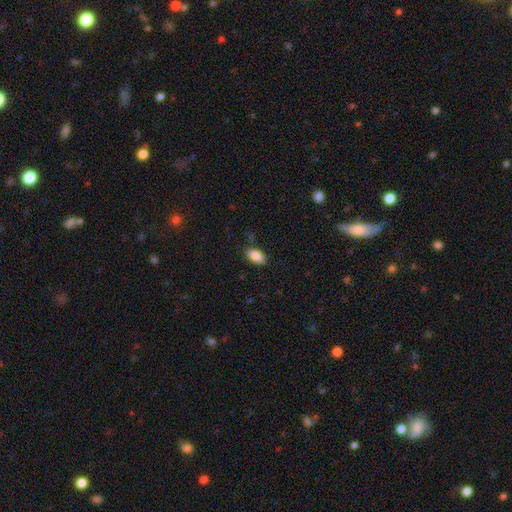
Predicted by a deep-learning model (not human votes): This is clearly a smooth galaxy (86%). How rounded: clearly in between (91%). Merging: clearly none (82%).